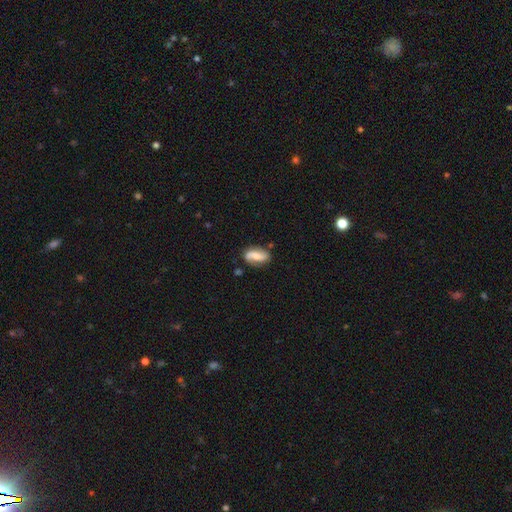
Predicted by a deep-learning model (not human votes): A featured or disk galaxy (67%) with no bar (42%), 2 (89%) loose (54%) spiral arms (92%) and a moderate central bulge (50%). Merging: none (76%).